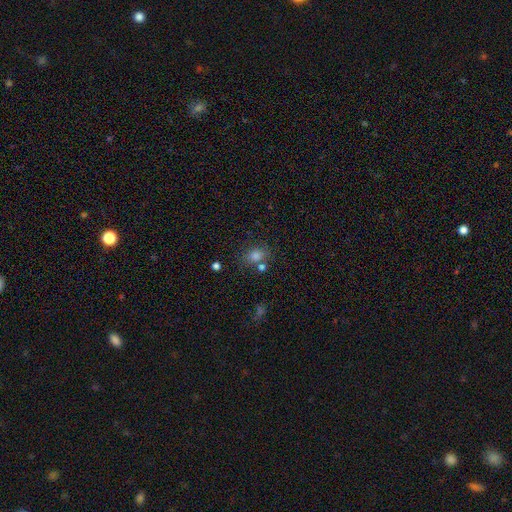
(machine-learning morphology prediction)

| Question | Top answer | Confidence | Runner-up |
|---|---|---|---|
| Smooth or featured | smooth | 76% | star or artifact (16%) |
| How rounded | in between | 56% | round (42%) |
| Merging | none | 68% | merger (14%) |